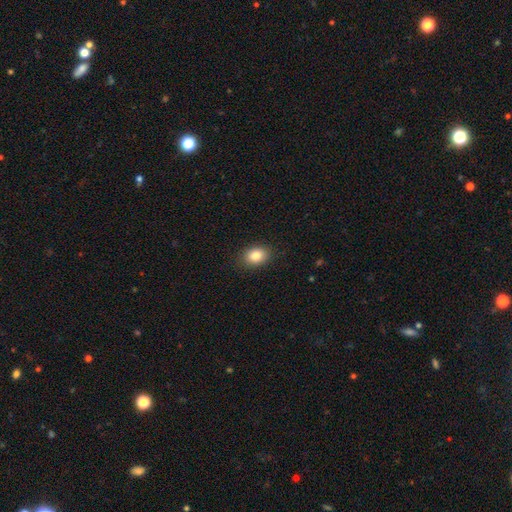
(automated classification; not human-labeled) The model was most divided on "how rounded": in between: 70%, round: 29%, cigar-shaped: 1%. More confident: merging — none (88%); smooth or featured — smooth (84%).